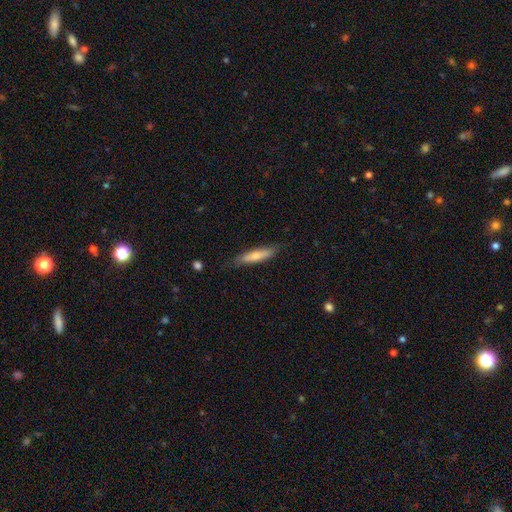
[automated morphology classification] Overall: smooth (63%; featured or disk 31%). How rounded: cigar-shaped (82%). Merging: none (79%).